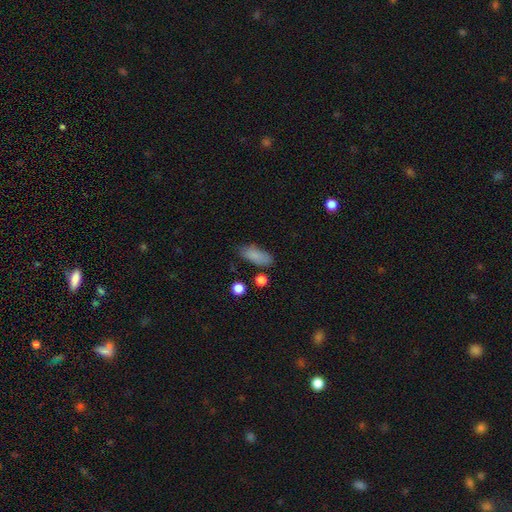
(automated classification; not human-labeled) Smooth or featured? Predicted: smooth (p=0.83). How rounded? Predicted: in between (p=0.82). Merging? Predicted: none (p=0.69).